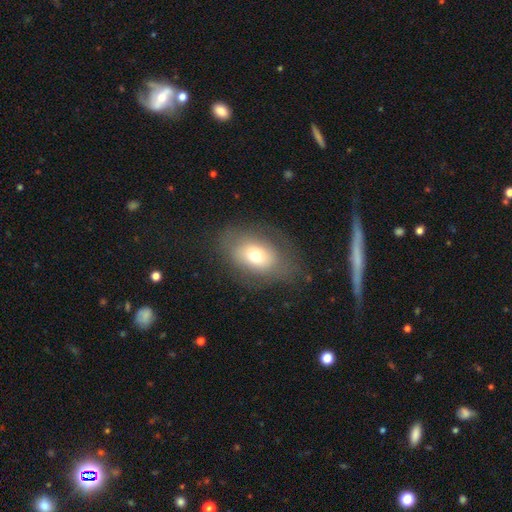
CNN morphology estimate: This appears to be a smooth galaxy with no disk features (65%) that is in between round and cigar-shaped (73%). Merging: none (68%).